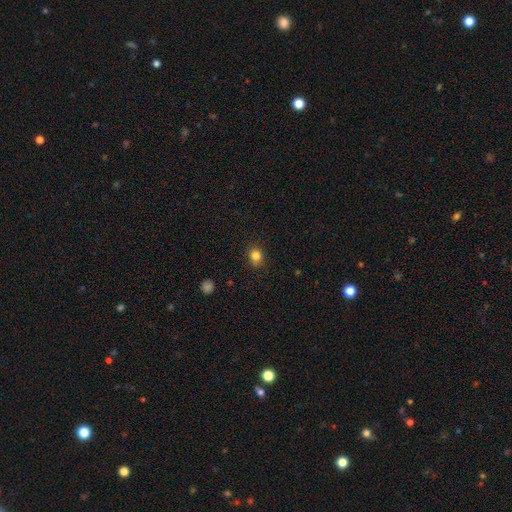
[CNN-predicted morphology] Q: Smooth or featured?
A: smooth (83%); runner-up: star or artifact (12%)
Q: How rounded?
A: round (65%); runner-up: in between (34%)
Q: Merging?
A: none (85%); runner-up: minor disturbance (11%)